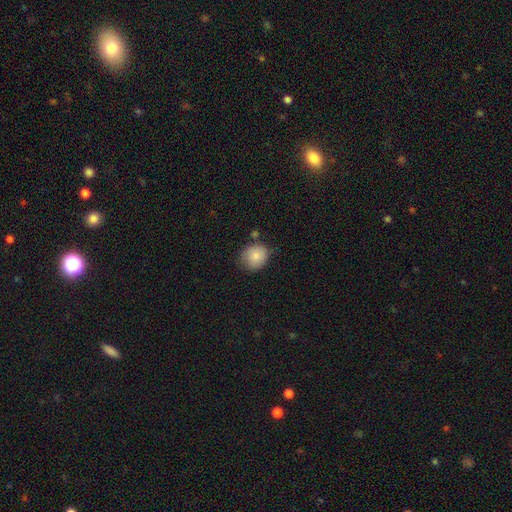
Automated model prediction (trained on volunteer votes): Q: Smooth or featured?
A: smooth (82%); runner-up: featured or disk (10%)
Q: How rounded?
A: round (77%); runner-up: in between (22%)
Q: Merging?
A: none (67%); runner-up: minor disturbance (23%)